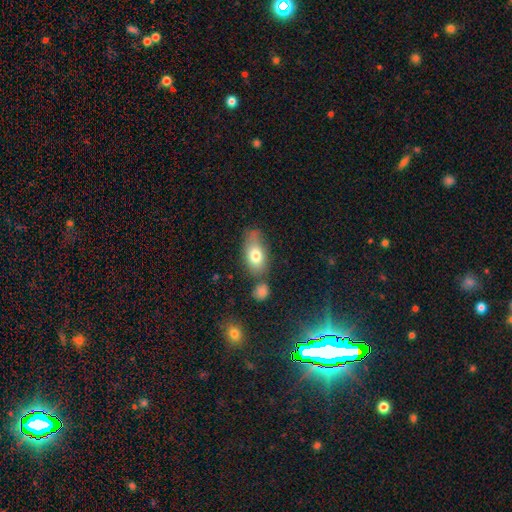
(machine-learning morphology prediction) Smooth or featured? smooth (75%)
How rounded? in between (86%)
Merging? none (53%)